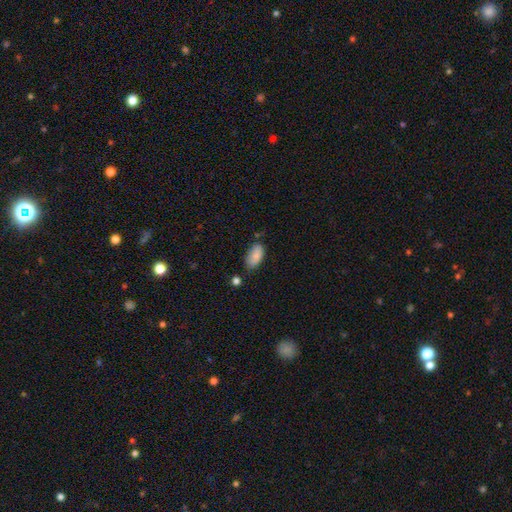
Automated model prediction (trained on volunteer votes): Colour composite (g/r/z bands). It shows a smooth galaxy with no disk features (86%) that is in between round and cigar-shaped (93%). Merging: none (68%).